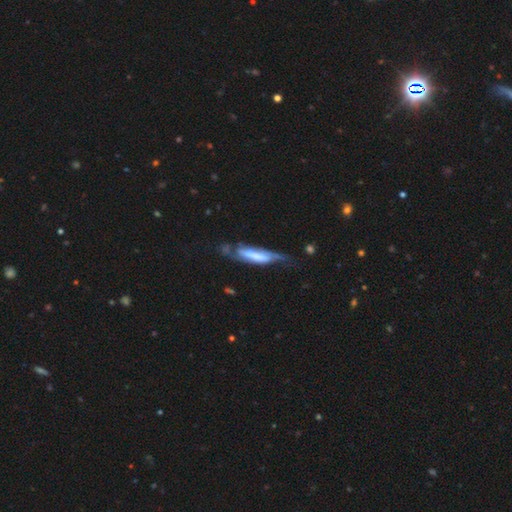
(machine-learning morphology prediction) type=featured or disk (55%); edge-on=no (62%); merging=none (34%).